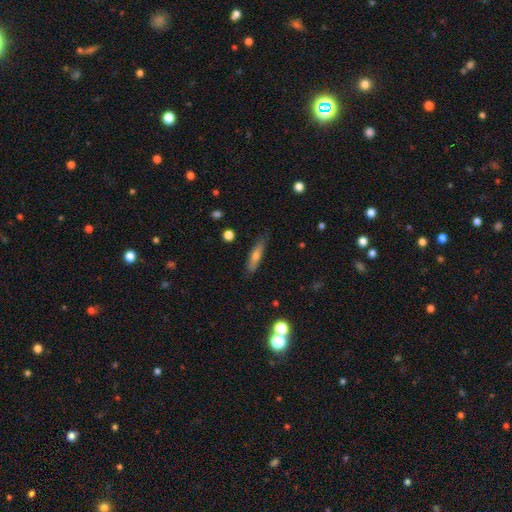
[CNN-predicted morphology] smooth 58%, featured or disk 34%, star or artifact 9%. Down the decision tree: how rounded — cigar-shaped (79%); merging — none (83%).